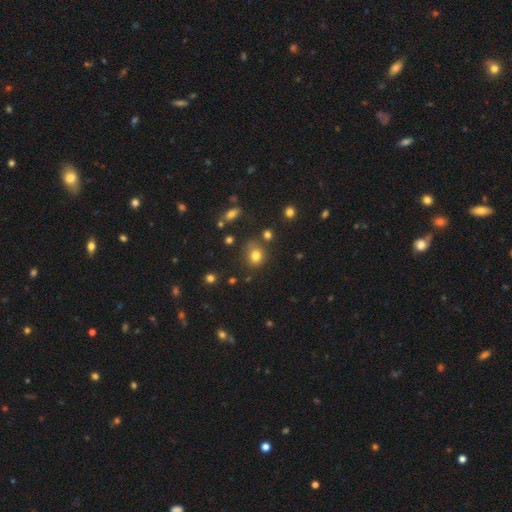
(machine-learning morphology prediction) A smooth galaxy with no disk features (79%) that is round (64%).

Vote fractions:
- Smooth or featured? smooth: 79% / star or artifact: 14% / featured or disk: 7%
- How rounded? round: 64% / in between: 35% / cigar-shaped: 1%
- Merging? none: 68% / minor disturbance: 19% / merger: 8% / major disturbance: 6%